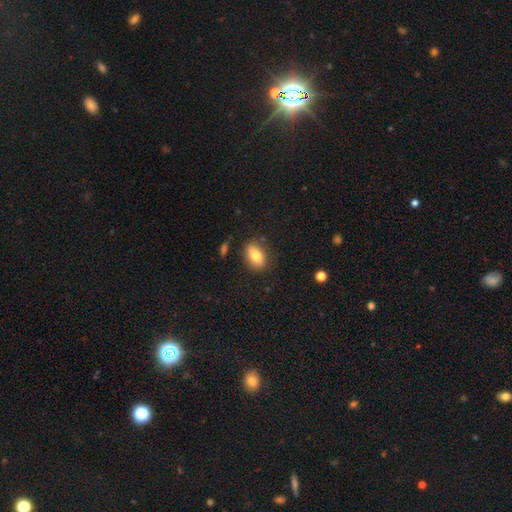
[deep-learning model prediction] Smooth or featured? Predicted: smooth (p=0.81). How rounded? Predicted: in between (p=0.87). Merging? Predicted: none (p=0.83).